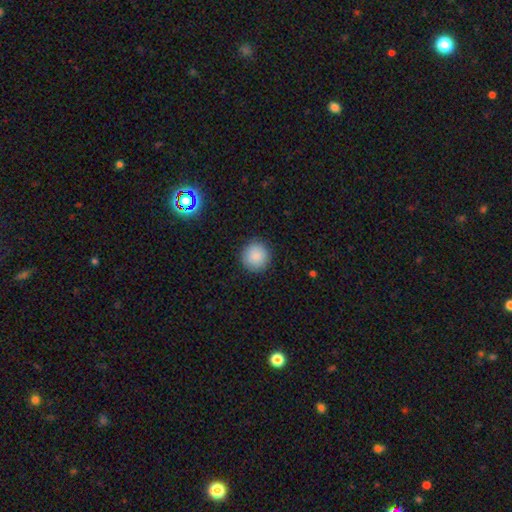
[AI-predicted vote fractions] Q: Smooth or featured?
A: smooth (88%); runner-up: star or artifact (8%)
Q: How rounded?
A: round (95%); runner-up: in between (4%)
Q: Merging?
A: none (91%); runner-up: minor disturbance (6%)